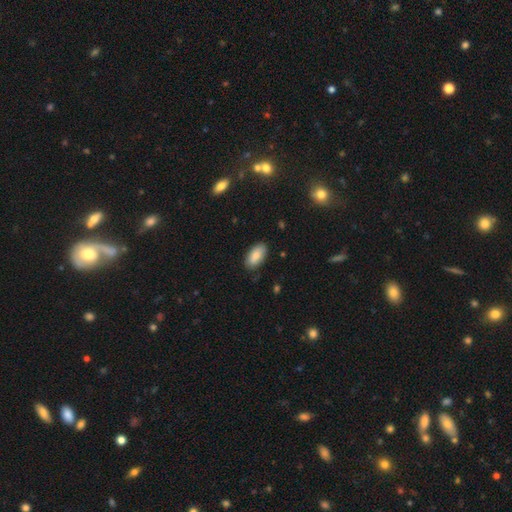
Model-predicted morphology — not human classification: This is clearly a smooth galaxy (86%). How rounded: clearly in between (94%). Merging: clearly none (84%).